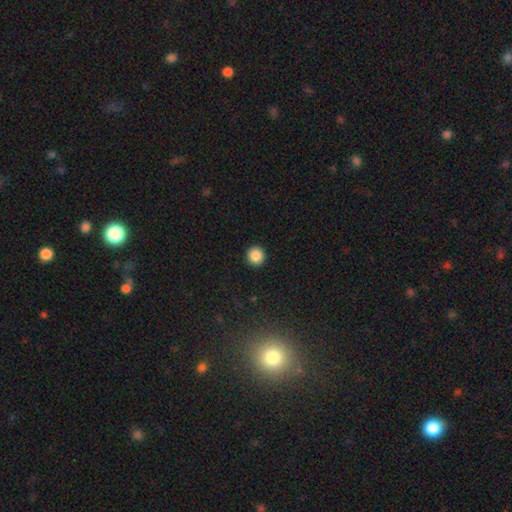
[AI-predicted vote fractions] Smooth or featured? smooth (87%)
How rounded? round (94%)
Merging? none (93%)